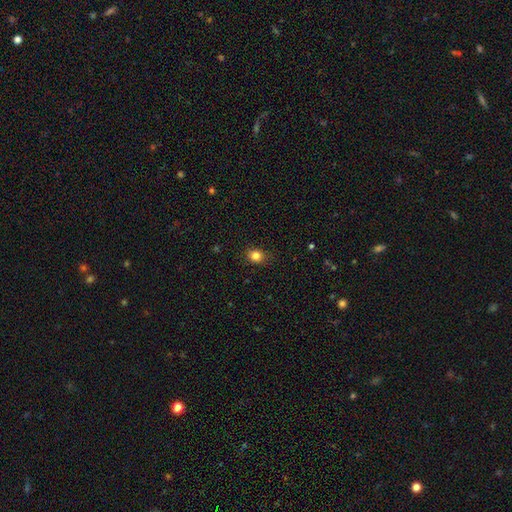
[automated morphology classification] This is clearly a smooth galaxy (83%). How rounded: likely round (63%). Merging: clearly none (84%).